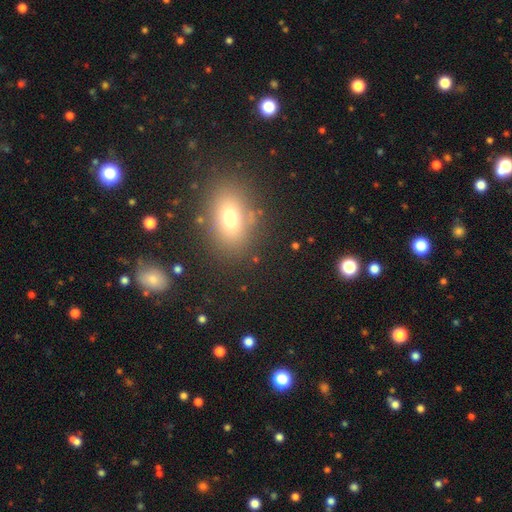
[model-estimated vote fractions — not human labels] Morphology: type=smooth (59%); roundness=in between (74%); merging=none (87%).